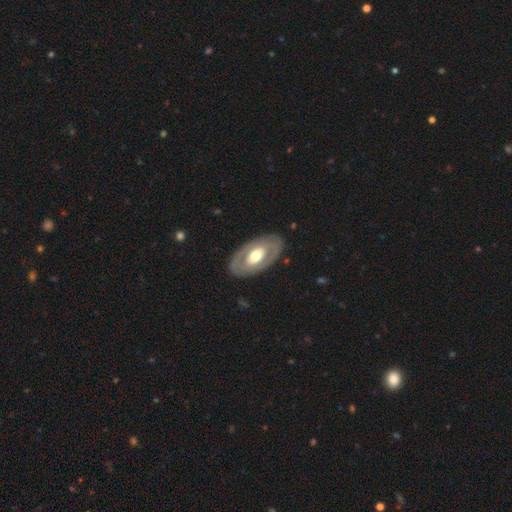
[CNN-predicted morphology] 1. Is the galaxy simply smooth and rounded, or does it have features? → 61% featured or disk, 35% smooth, 4% star or artifact.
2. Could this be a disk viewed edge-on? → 89% no, 11% yes.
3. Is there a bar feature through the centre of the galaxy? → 69% no, 19% weak, 11% strong.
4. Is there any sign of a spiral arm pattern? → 80% no, 20% yes.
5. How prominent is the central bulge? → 67% moderate, 21% large, 9% small, 1% dominant, 1% none.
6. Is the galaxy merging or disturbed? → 84% none, 11% minor disturbance, 4% major disturbance, 1% merger.